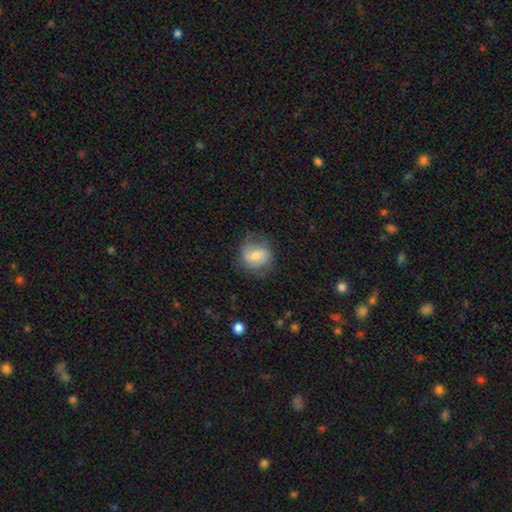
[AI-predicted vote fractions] A smooth galaxy with no disk features (61%) that is round (69%).

Vote fractions:
- Smooth or featured? smooth: 61% / featured or disk: 32% / star or artifact: 8%
- How rounded? round: 69% / in between: 30% / cigar-shaped: 1%
- Merging? none: 65% / minor disturbance: 23% / major disturbance: 11% / merger: 1%